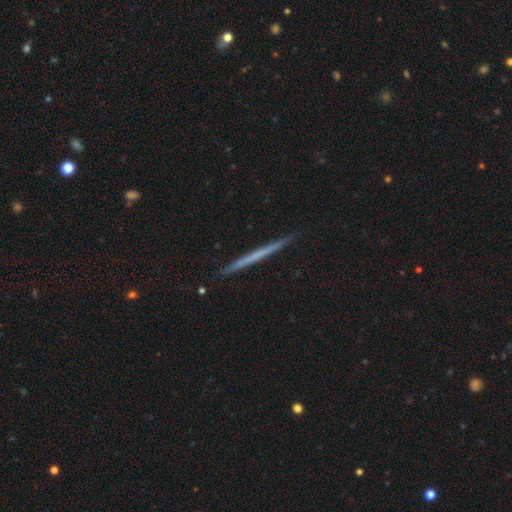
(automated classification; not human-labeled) A featured or disk galaxy (53%) viewed edge-on (98%) with no central bulge (93%).

Vote fractions:
- Smooth or featured? featured or disk: 53% / smooth: 41% / star or artifact: 6%
- Edge-on disk? yes: 98% / no: 2%
- Edge-on bulge? none: 93% / rounded: 5% / boxy: 2%
- Merging? none: 92% / minor disturbance: 6% / major disturbance: 1% / merger: 1%